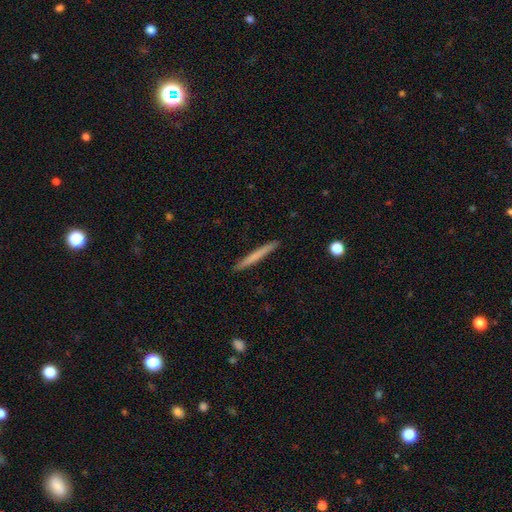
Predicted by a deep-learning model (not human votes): The model was most divided on "smooth or featured": smooth: 64%, featured or disk: 31%, star or artifact: 5%. More confident: how rounded — cigar-shaped (97%); merging — none (92%).